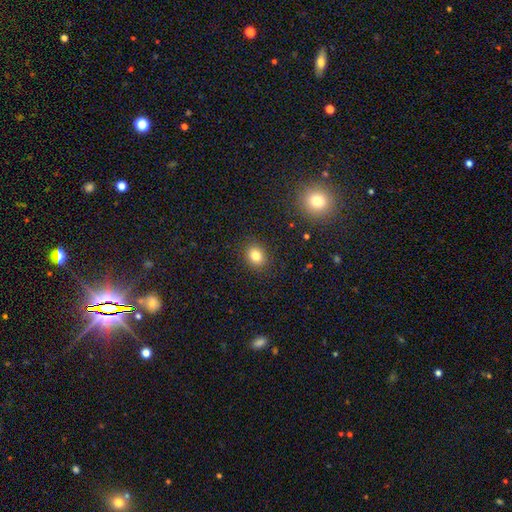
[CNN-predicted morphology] Smooth or featured? smooth (81%)
How rounded? round (51%)
Merging? none (89%)